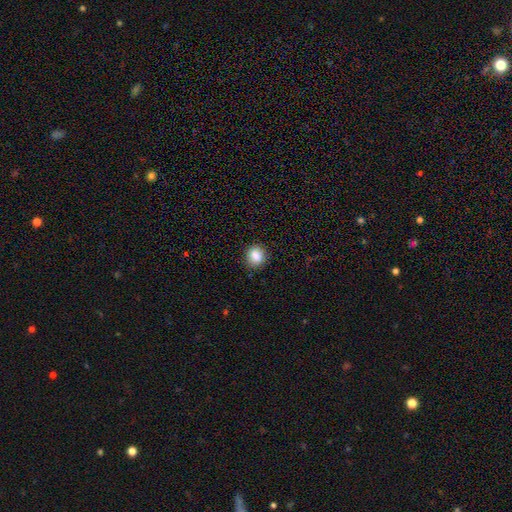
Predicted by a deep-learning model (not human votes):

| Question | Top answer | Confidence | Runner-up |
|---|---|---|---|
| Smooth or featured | smooth | 86% | star or artifact (9%) |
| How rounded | round | 64% | in between (35%) |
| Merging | none | 85% | minor disturbance (11%) |